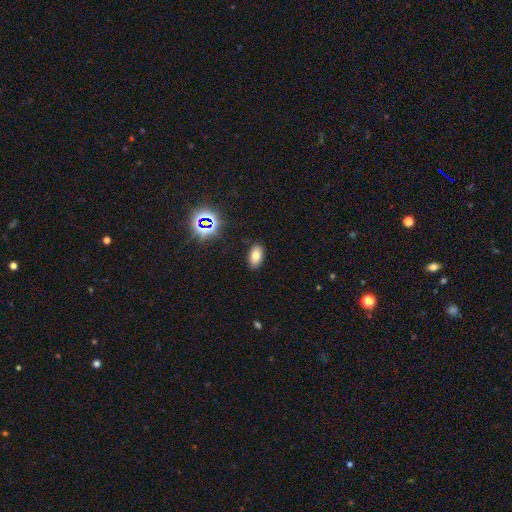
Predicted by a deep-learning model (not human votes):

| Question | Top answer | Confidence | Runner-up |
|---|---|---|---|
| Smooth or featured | smooth | 71% | star or artifact (16%) |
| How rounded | in between | 91% | round (7%) |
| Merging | none | 88% | minor disturbance (9%) |